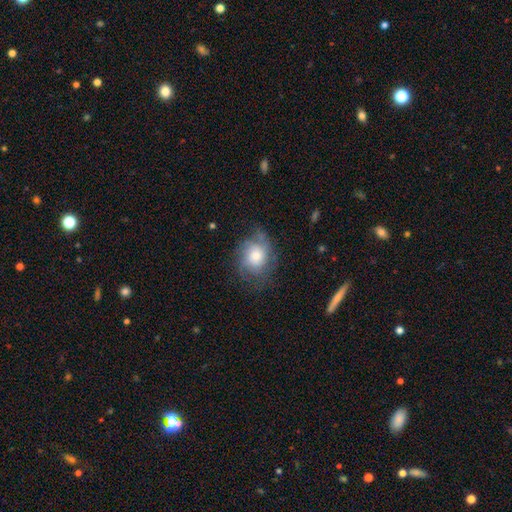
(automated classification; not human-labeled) Smooth or featured? Predicted: smooth (p=0.46). Merging? Predicted: none (p=0.60).